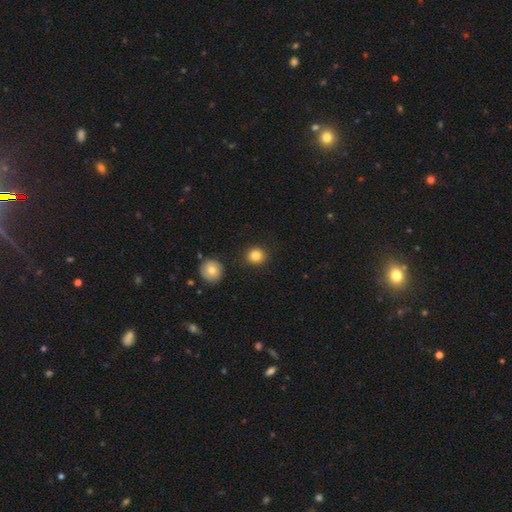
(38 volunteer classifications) smooth 87%, star or artifact 8%, featured or disk 5%. Down the decision tree: how rounded — round (88%); merging — none (89%).